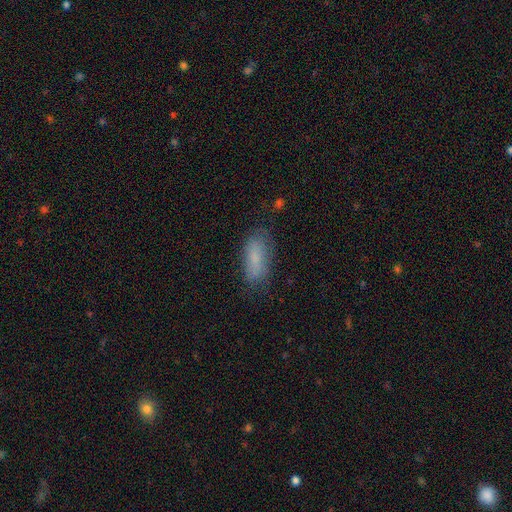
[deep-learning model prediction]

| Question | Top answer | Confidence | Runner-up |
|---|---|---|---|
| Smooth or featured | smooth | 79% | featured or disk (14%) |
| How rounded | in between | 77% | cigar-shaped (20%) |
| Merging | none | 69% | minor disturbance (22%) |